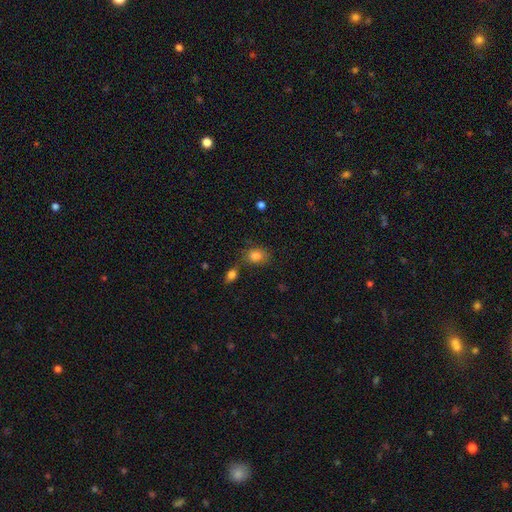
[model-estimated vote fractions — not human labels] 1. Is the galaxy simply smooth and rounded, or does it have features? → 83% smooth, 10% star or artifact, 6% featured or disk.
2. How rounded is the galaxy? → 60% in between, 39% round, 1% cigar-shaped.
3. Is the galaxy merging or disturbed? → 58% none, 19% merger, 17% minor disturbance, 6% major disturbance.